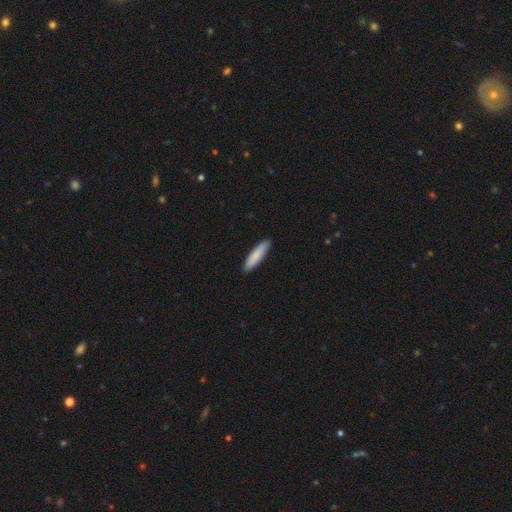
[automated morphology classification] Q: Smooth or featured?
A: smooth (85%); runner-up: featured or disk (10%)
Q: How rounded?
A: cigar-shaped (75%); runner-up: in between (23%)
Q: Merging?
A: none (90%); runner-up: minor disturbance (8%)